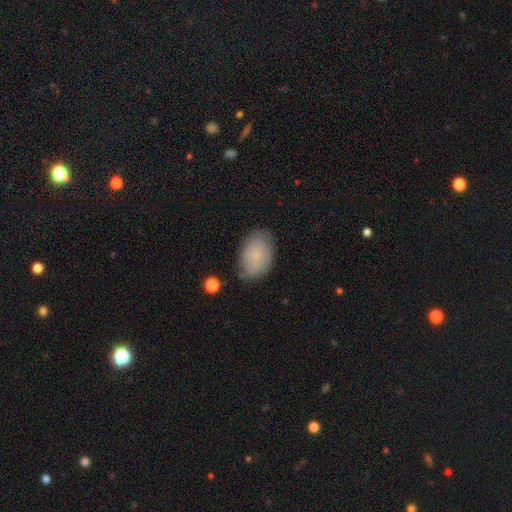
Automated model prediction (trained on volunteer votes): Morphology: type=smooth (67%); roundness=in between (89%); merging=none (75%).